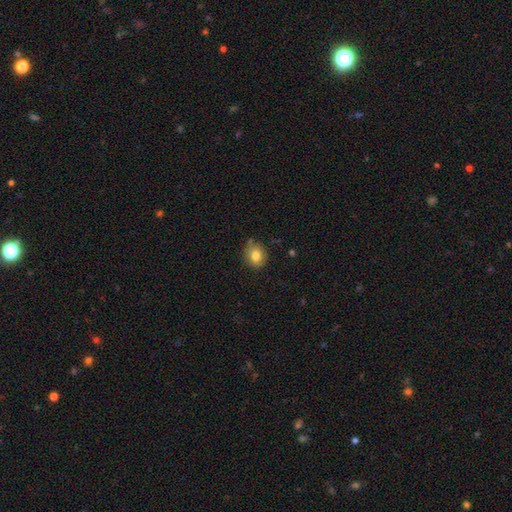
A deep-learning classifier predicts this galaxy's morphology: type=smooth (80%); roundness=round (63%); merging=none (77%).